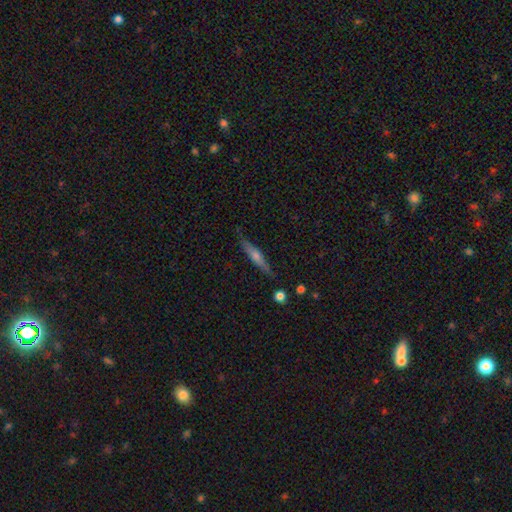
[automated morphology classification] Smooth or featured?
  - featured or disk: 59% *
  - smooth: 34%
  - star or artifact: 7%
Edge-on disk?
  - yes: 95% *
  - no: 5%
Edge-on bulge?
  - rounded: 75% *
  - none: 16%
  - boxy: 9%
Merging?
  - none: 86% *
  - minor disturbance: 10%
  - major disturbance: 2%
  - merger: 2%